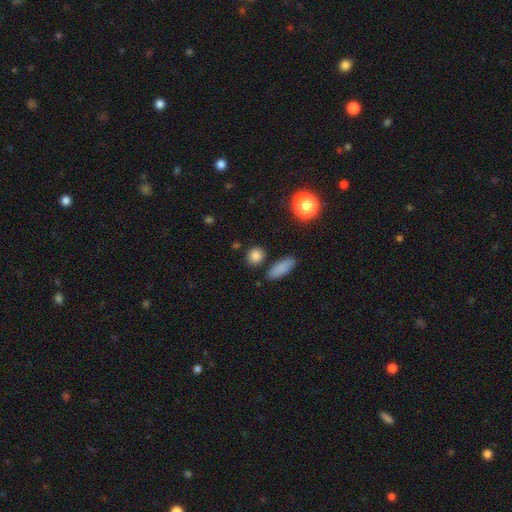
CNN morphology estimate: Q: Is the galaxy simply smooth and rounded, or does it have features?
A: smooth — 83%.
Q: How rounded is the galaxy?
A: round — 70%.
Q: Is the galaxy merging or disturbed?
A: none — 82%.